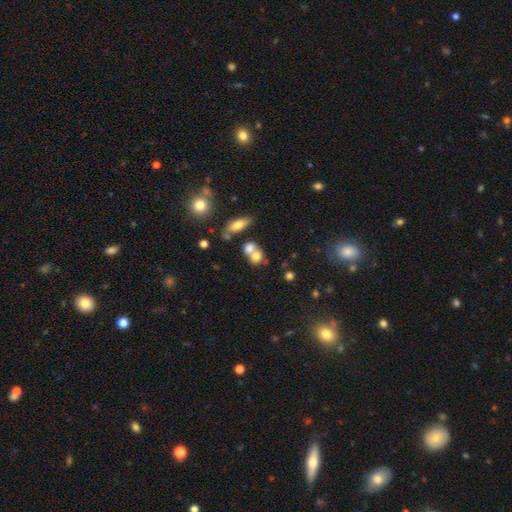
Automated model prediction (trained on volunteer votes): A smooth galaxy with no disk features (74%) that is round (64%).

Vote fractions:
- Smooth or featured? smooth: 74% / featured or disk: 15% / star or artifact: 11%
- How rounded? round: 64% / in between: 34% / cigar-shaped: 2%
- Merging? merger: 57% / none: 31% / minor disturbance: 8% / major disturbance: 4%